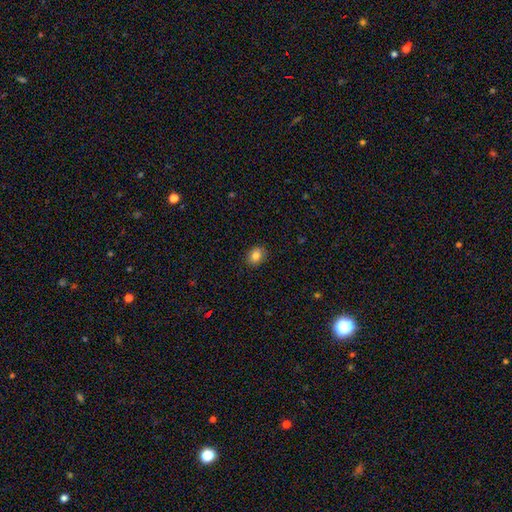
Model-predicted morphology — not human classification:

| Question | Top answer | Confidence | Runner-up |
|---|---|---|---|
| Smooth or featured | smooth | 84% | star or artifact (10%) |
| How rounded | in between | 54% | round (45%) |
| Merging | none | 89% | minor disturbance (8%) |